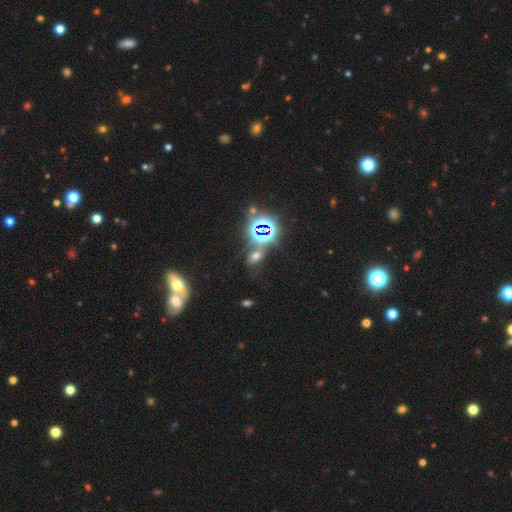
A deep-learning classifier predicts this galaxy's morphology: The model was most divided on "smooth or featured": star or artifact: 50%, smooth: 38%, featured or disk: 12%.